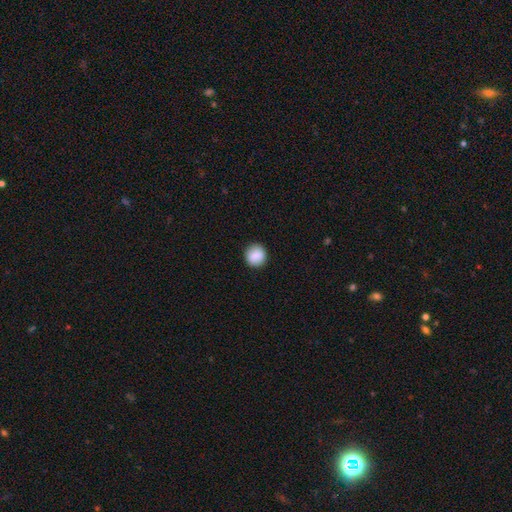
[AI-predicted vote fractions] smooth-or-featured: smooth: 87% | star or artifact: 8% | featured or disk: 5%
  how-rounded: round: 92% | in between: 7% | cigar-shaped: 1%
  merging: none: 90% | minor disturbance: 7% | major disturbance: 2% | merger: 1%